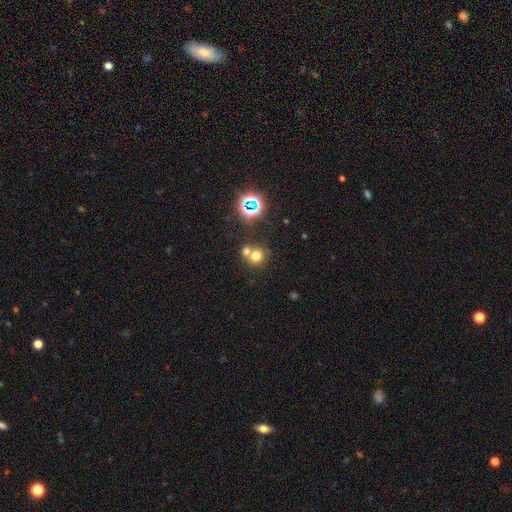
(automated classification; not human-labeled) Smooth or featured? smooth (69%)
How rounded? round (84%)
Merging? none (47%)